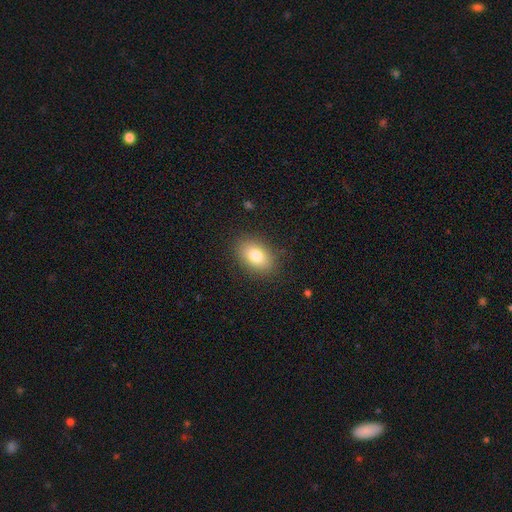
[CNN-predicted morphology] Q: Smooth or featured?
A: smooth (80%); runner-up: featured or disk (11%)
Q: How rounded?
A: in between (84%); runner-up: round (15%)
Q: Merging?
A: none (86%); runner-up: minor disturbance (10%)